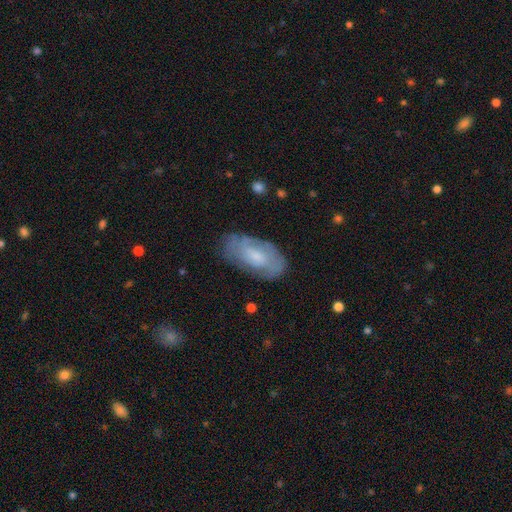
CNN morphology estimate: Smooth or featured? featured or disk (50%)
Edge-on disk? no (91%)
Merging? none (73%)